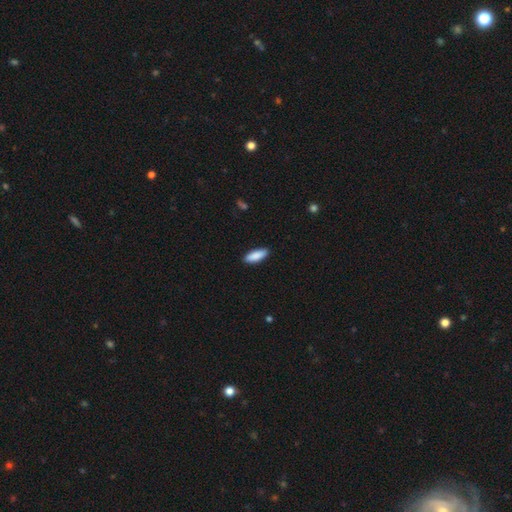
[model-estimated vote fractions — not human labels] A smooth galaxy with no disk features (89%) that is in between round and cigar-shaped (64%). Merging: none (89%).